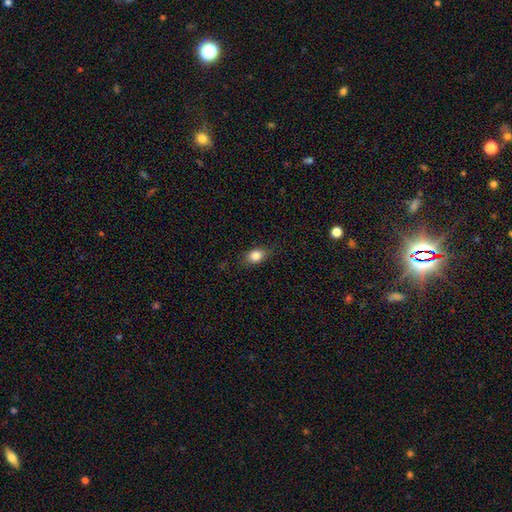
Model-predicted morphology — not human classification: A smooth galaxy with no disk features (83%) that is in between round and cigar-shaped (70%).

Vote fractions:
- Smooth or featured? smooth: 83% / star or artifact: 9% / featured or disk: 8%
- How rounded? in between: 70% / round: 27% / cigar-shaped: 3%
- Merging? none: 80% / minor disturbance: 16% / major disturbance: 3% / merger: 1%